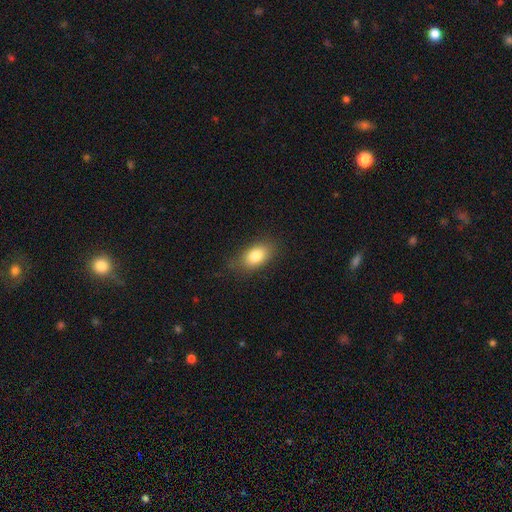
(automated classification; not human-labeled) Overall: smooth (82%). How rounded: in between (89%). Merging: none (80%).